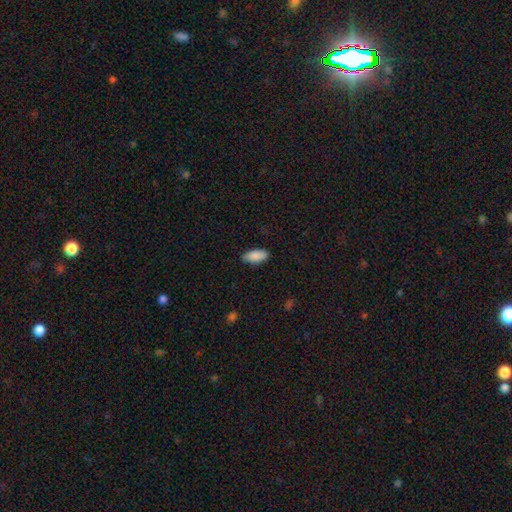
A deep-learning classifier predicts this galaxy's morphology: The model was most divided on "merging": none: 84%, minor disturbance: 13%, major disturbance: 2%, merger: 1%. More confident: smooth or featured — smooth (88%); how rounded — in between (88%).